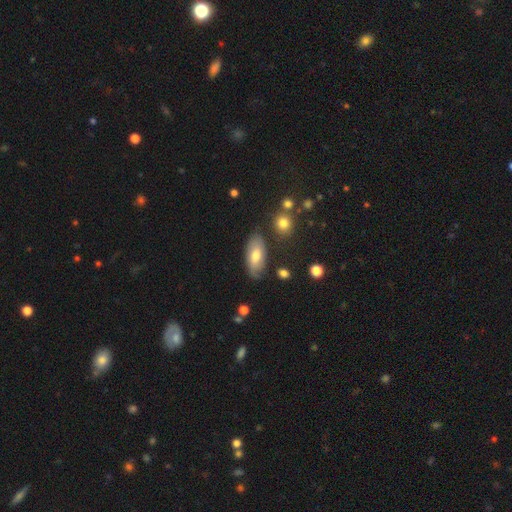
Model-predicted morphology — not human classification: Smooth or featured: smooth — 64% (featured or disk — 29%)
How rounded: in between — 88% (cigar-shaped — 9%)
Merging: none — 75% (minor disturbance — 17%)